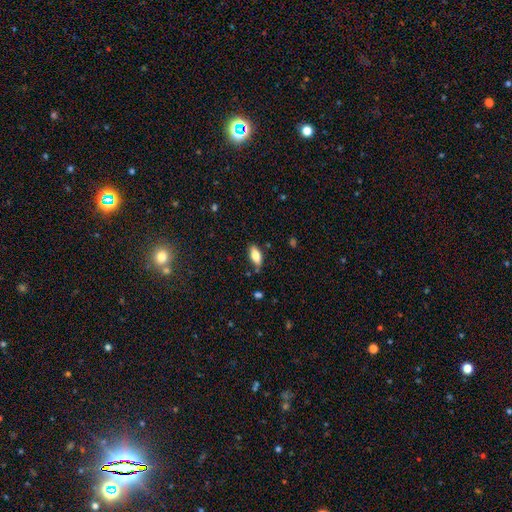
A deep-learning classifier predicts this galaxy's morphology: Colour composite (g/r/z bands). It shows a smooth galaxy with no disk features (76%) that is in between round and cigar-shaped (83%). Merging: none (81%).